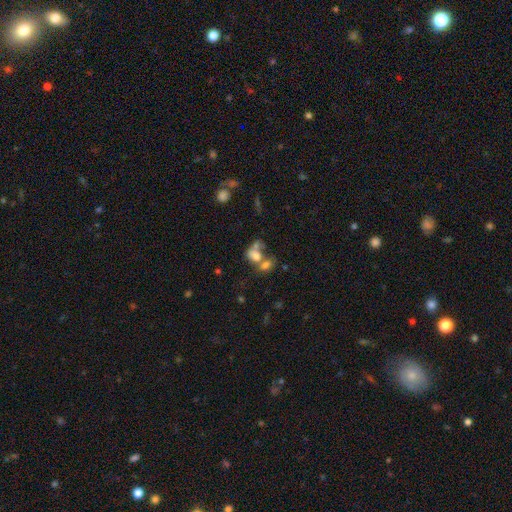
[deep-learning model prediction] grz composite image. It shows a smooth galaxy with no disk features (66%) that is in between round and cigar-shaped (69%). Merging: merger (60%).